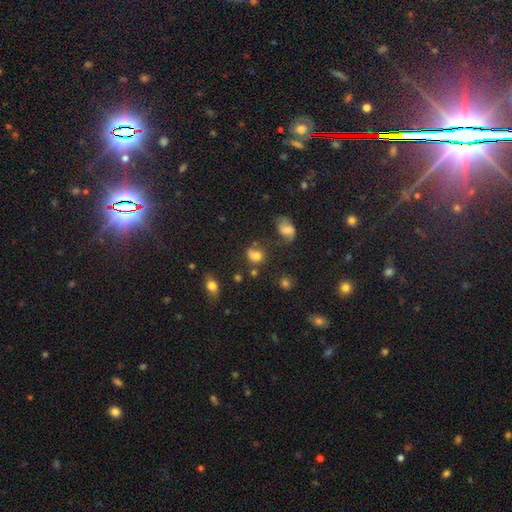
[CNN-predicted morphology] The model was most divided on "how rounded": round: 58%, in between: 40%, cigar-shaped: 1%. Remaining: smooth or featured — smooth (70%); merging — none (45%).